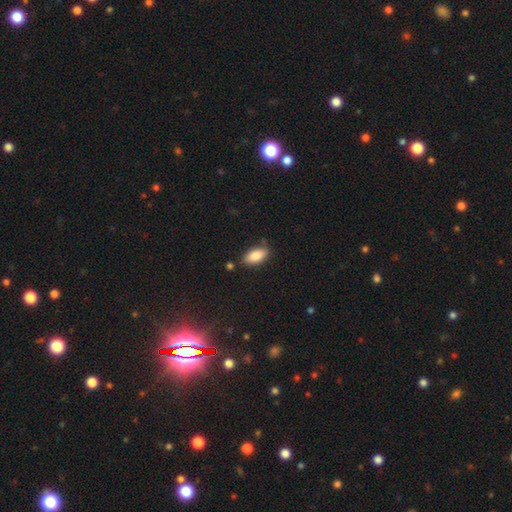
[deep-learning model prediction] smooth_or_featured: smooth (p=0.84) [alt: featured or disk p=0.09]
how_rounded: in between (p=0.90) [alt: cigar-shaped p=0.07]
merging: none (p=0.79) [alt: minor disturbance p=0.15]